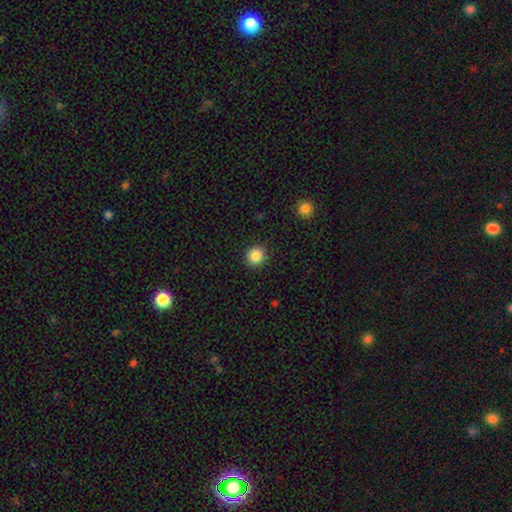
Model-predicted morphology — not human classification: The model was most divided on "smooth or featured": smooth: 86%, star or artifact: 10%, featured or disk: 4%. More confident: merging — none (91%); how rounded — round (91%).